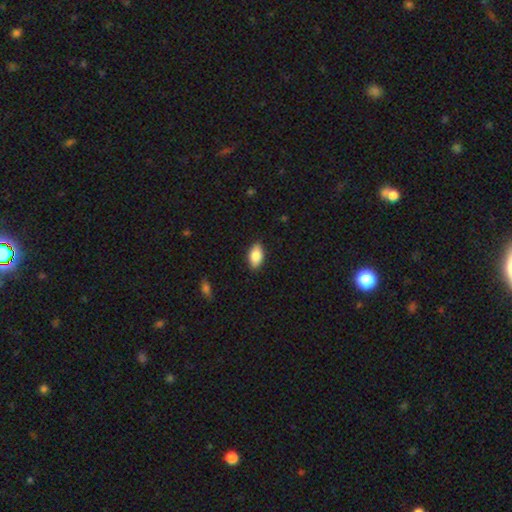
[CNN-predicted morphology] Smooth or featured?
  - smooth: 83% *
  - featured or disk: 10%
  - star or artifact: 7%
How rounded?
  - in between: 92% *
  - round: 4%
  - cigar-shaped: 4%
Merging?
  - none: 88% *
  - minor disturbance: 9%
  - major disturbance: 2%
  - merger: 1%